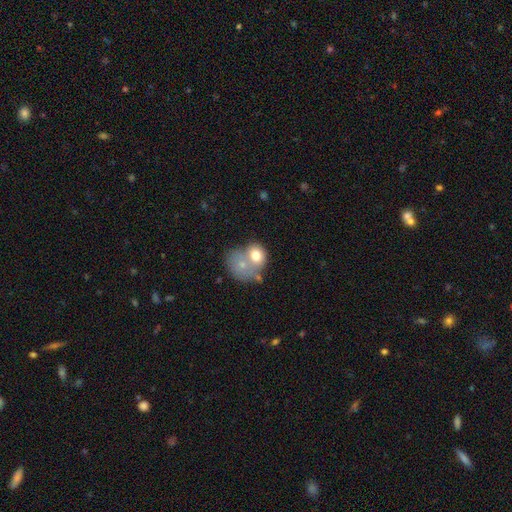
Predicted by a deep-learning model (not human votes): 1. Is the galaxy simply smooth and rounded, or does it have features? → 68% smooth, 23% featured or disk, 9% star or artifact.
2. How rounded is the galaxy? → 55% round, 44% in between, 1% cigar-shaped.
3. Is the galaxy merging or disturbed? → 64% merger, 19% none, 9% minor disturbance, 8% major disturbance.